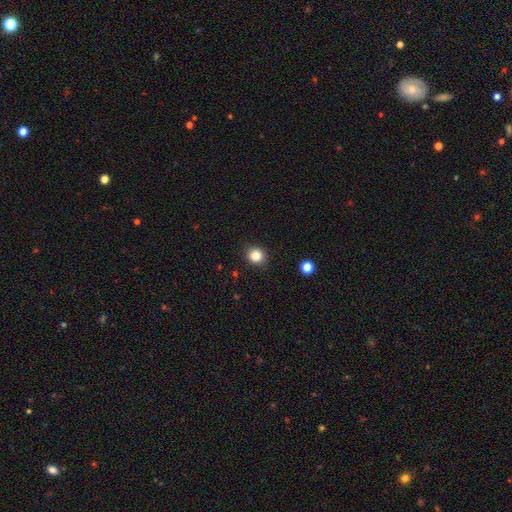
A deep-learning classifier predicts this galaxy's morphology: Overall: smooth (85%). How rounded: round (84%). Merging: none (89%).